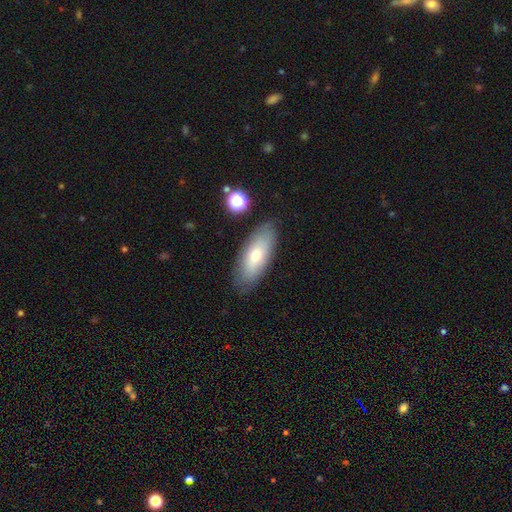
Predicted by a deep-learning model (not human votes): smooth 66%, featured or disk 27%, star or artifact 7%. Down the decision tree: how rounded — in between (78%); merging — none (83%).